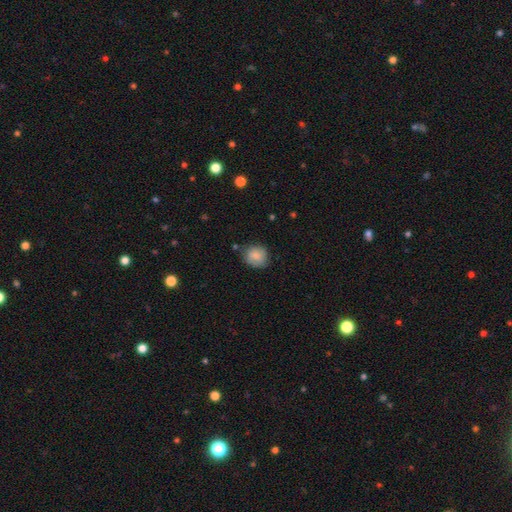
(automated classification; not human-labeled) Smooth or featured? Predicted: smooth (p=0.81). How rounded? Predicted: round (p=0.75). Merging? Predicted: none (p=0.73).